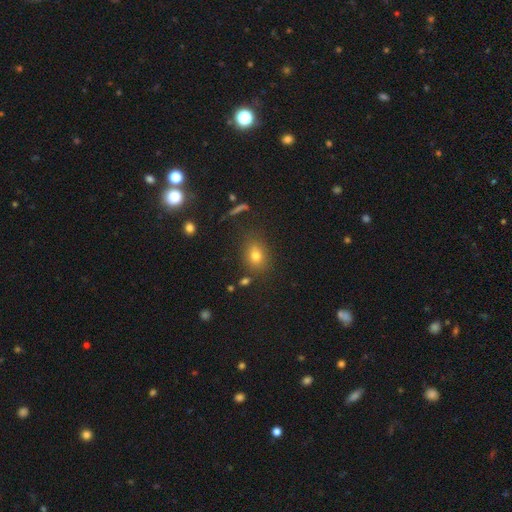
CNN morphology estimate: Overall: smooth (75%). How rounded: in between (57%; round 41%). Merging: none (78%).